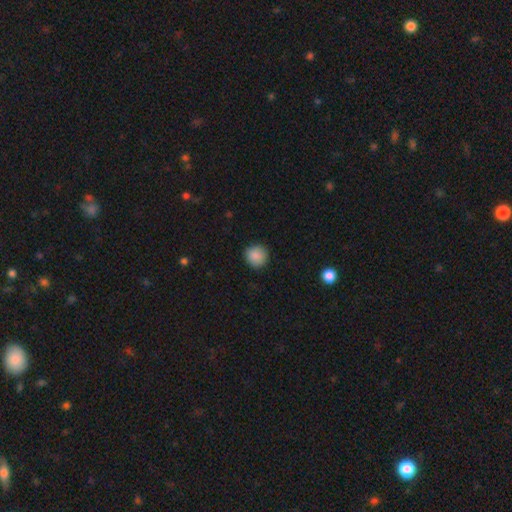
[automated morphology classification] This appears to be a smooth galaxy with no disk features (88%) that is round (93%). Merging: none (90%).